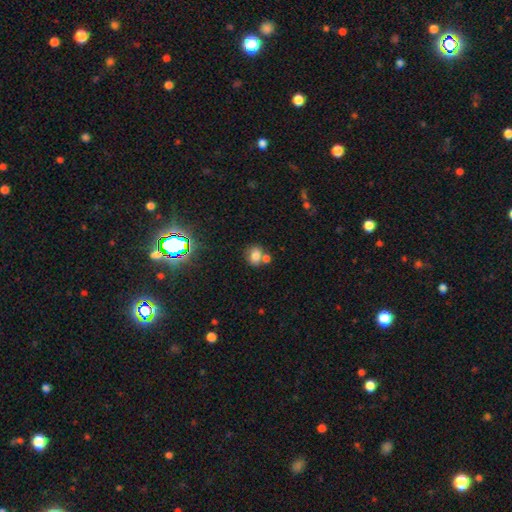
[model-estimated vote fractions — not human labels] A smooth galaxy with no disk features (75%) that is in between round and cigar-shaped (51%). Merging: none (48%).